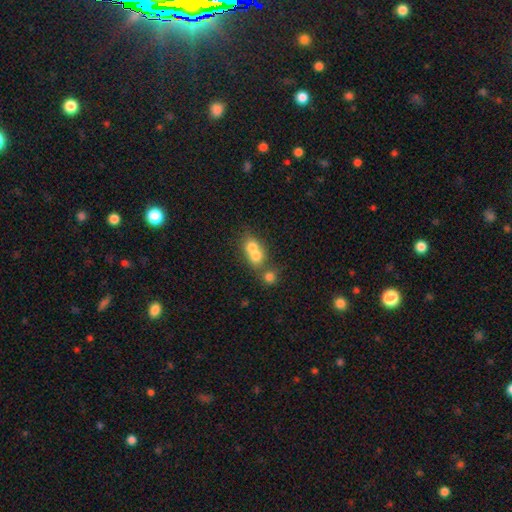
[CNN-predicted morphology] smooth-or-featured: smooth: 68% | featured or disk: 21% | star or artifact: 11%
  how-rounded: round: 64% | in between: 34% | cigar-shaped: 2%
  merging: merger: 70% | none: 22% | minor disturbance: 5% | major disturbance: 3%